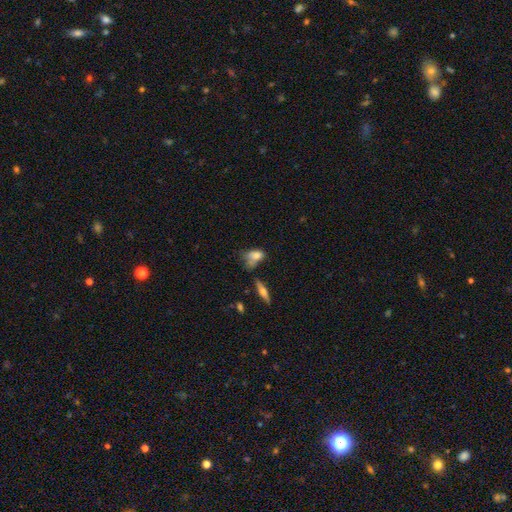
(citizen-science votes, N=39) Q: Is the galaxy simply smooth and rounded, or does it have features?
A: smooth — 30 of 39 (77%).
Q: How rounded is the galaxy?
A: in between — 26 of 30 (87%).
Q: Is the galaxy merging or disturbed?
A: none — 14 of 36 (39%).